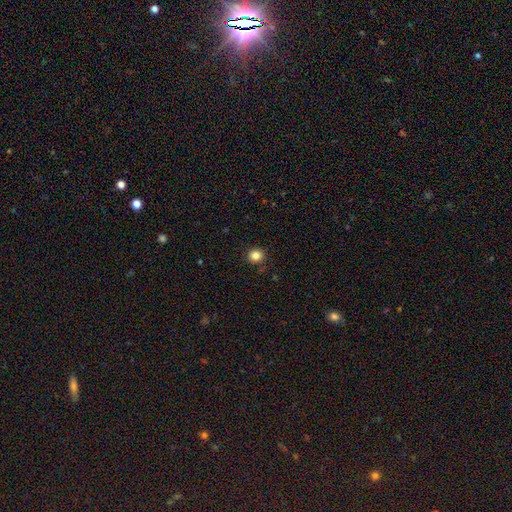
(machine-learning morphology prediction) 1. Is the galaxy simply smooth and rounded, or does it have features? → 84% smooth, 12% star or artifact, 4% featured or disk.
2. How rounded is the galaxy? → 88% round, 11% in between, 1% cigar-shaped.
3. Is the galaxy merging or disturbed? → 90% none, 7% minor disturbance, 2% major disturbance, 1% merger.